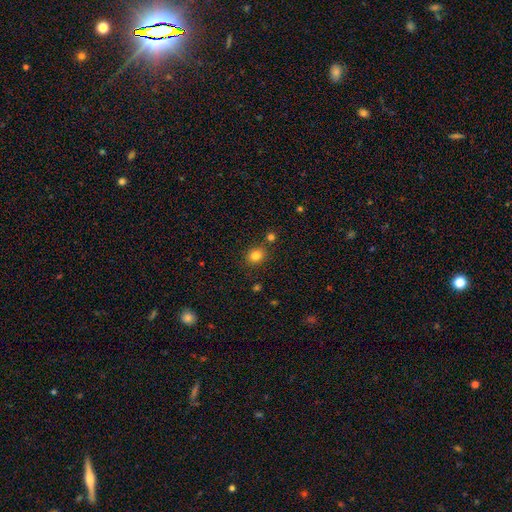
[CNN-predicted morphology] Smooth or featured?
  - smooth: 82% *
  - star or artifact: 12%
  - featured or disk: 6%
How rounded?
  - round: 64% *
  - in between: 35%
  - cigar-shaped: 1%
Merging?
  - none: 79% *
  - minor disturbance: 10%
  - merger: 8%
  - major disturbance: 3%